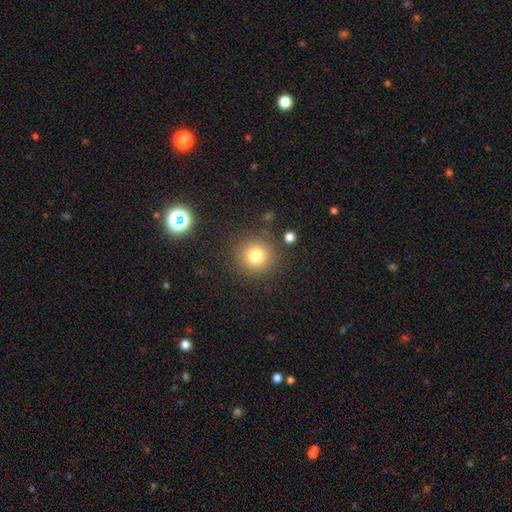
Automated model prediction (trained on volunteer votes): smooth_or_featured: smooth (p=0.78) [alt: star or artifact p=0.13]
how_rounded: round (p=0.93) [alt: in between p=0.06]
merging: none (p=0.86) [alt: minor disturbance p=0.08]